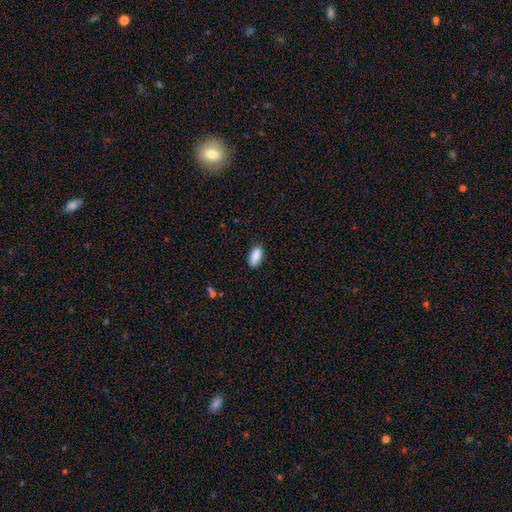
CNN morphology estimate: Smooth or featured? smooth (89%)
How rounded? in between (89%)
Merging? none (85%)